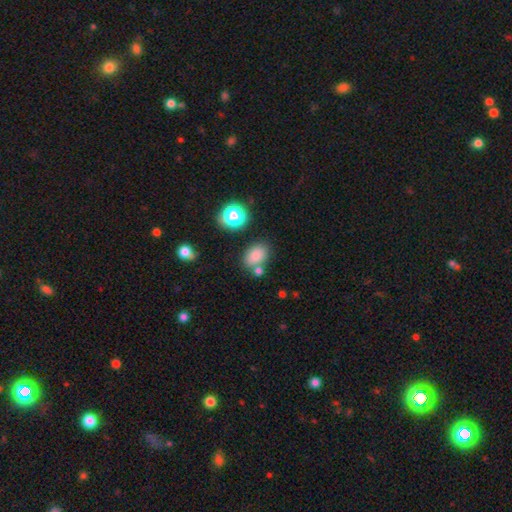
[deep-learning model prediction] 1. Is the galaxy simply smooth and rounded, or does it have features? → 81% smooth, 13% star or artifact, 6% featured or disk.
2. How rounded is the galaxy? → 80% in between, 19% round, 1% cigar-shaped.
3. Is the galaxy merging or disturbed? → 69% none, 14% minor disturbance, 12% merger, 4% major disturbance.